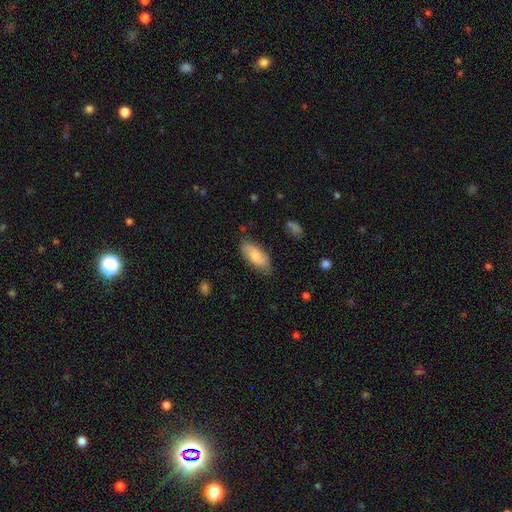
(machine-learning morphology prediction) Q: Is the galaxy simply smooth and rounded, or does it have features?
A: smooth — 78%.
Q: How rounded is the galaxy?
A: in between — 85%.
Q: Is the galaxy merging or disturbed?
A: none — 77%.